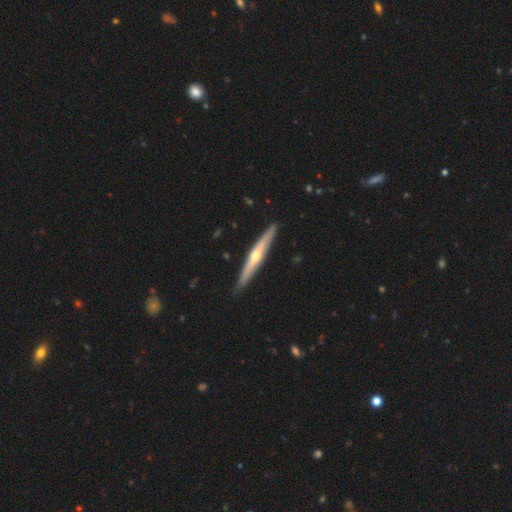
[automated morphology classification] Q: Smooth or featured?
A: featured or disk (69%); runner-up: smooth (26%)
Q: Edge-on disk?
A: yes (96%); runner-up: no (4%)
Q: Edge-on bulge?
A: rounded (86%); runner-up: none (12%)
Q: Merging?
A: none (90%); runner-up: minor disturbance (7%)